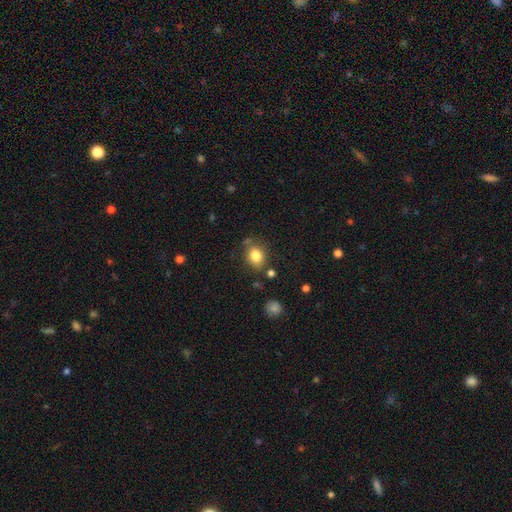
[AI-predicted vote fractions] This appears to be a smooth galaxy with no disk features (82%) that is round (56%). Merging: none (72%).